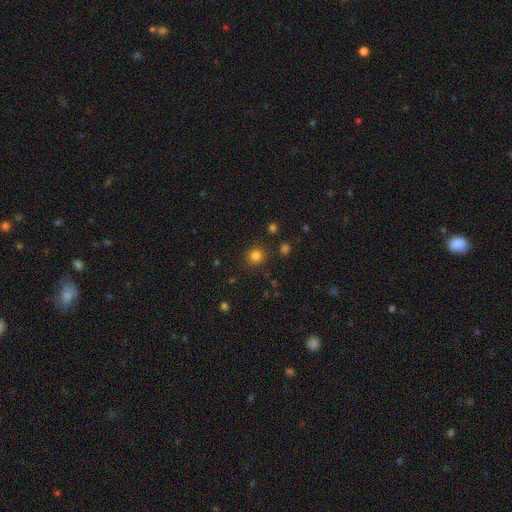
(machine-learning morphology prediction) Smooth or featured? Predicted: smooth (p=0.81). How rounded? Predicted: round (p=0.87). Merging? Predicted: none (p=0.86).